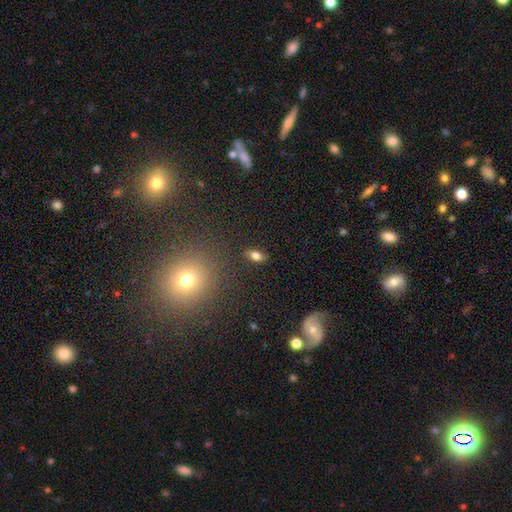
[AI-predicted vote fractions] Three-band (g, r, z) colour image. It shows a smooth galaxy with no disk features (74%) that is in between round and cigar-shaped (84%). Merging: none (86%).